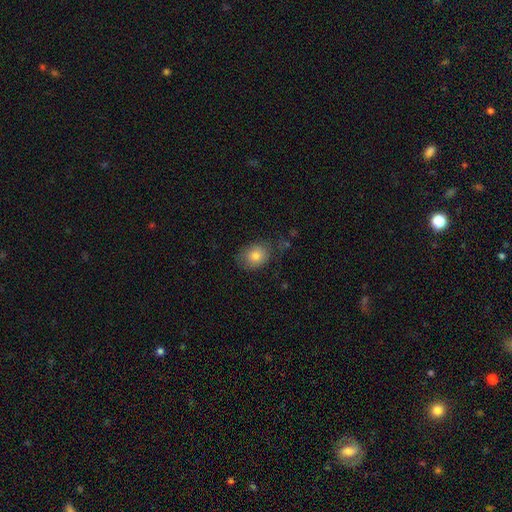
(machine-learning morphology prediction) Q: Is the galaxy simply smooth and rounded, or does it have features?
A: smooth — 81%.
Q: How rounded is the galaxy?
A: in between — 57%.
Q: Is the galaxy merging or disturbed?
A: none — 67%.